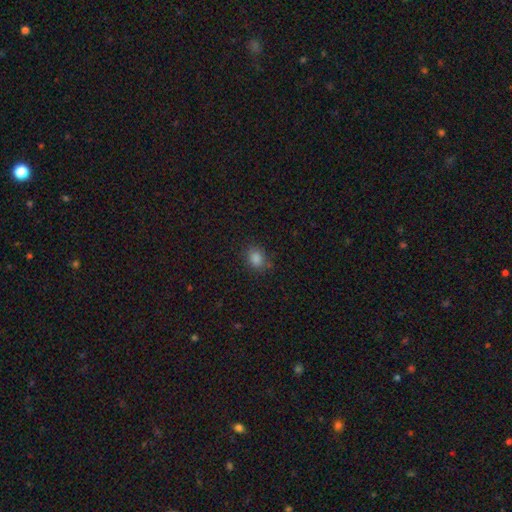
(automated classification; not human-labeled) Overall: smooth (79%). How rounded: round (52%; in between 47%). Merging: none (81%).